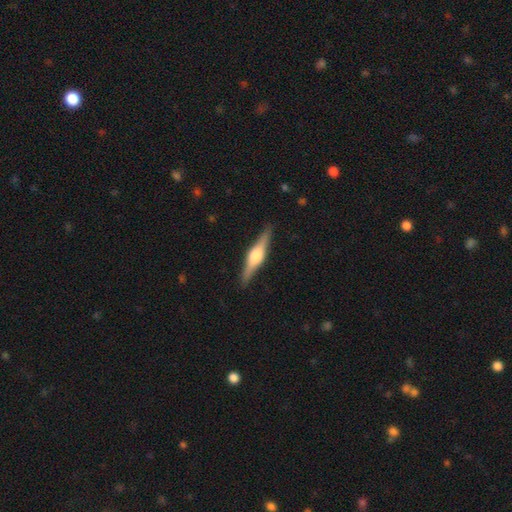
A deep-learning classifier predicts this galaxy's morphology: Smooth or featured?
  - featured or disk: 73% *
  - smooth: 21%
  - star or artifact: 5%
Edge-on disk?
  - yes: 98% *
  - no: 2%
Edge-on bulge?
  - rounded: 88% *
  - boxy: 10%
  - none: 2%
Merging?
  - none: 90% *
  - minor disturbance: 8%
  - major disturbance: 2%
  - merger: 1%